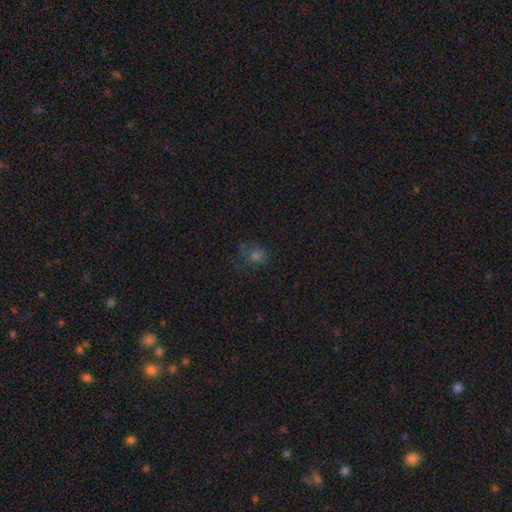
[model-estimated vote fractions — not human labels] Smooth or featured? Predicted: smooth (p=0.53). How rounded? Predicted: round (p=0.64). Merging? Predicted: none (p=0.59).